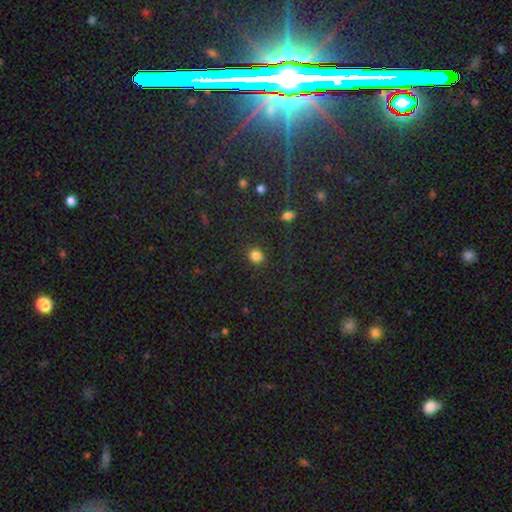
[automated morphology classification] type=smooth (83%); roundness=round (62%); merging=none (87%).